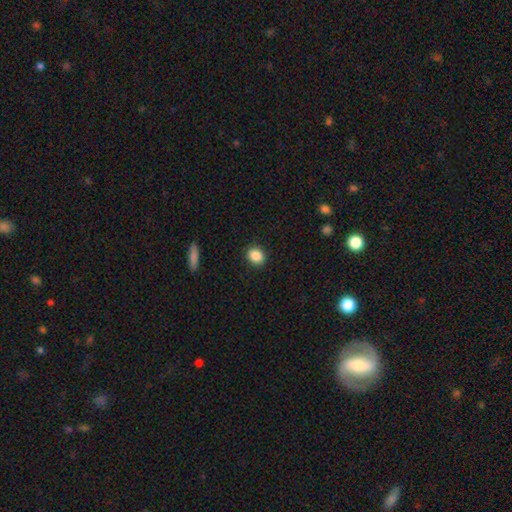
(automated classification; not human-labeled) smooth_or_featured: smooth (p=0.87) [alt: star or artifact p=0.09]
how_rounded: round (p=0.61) [alt: in between p=0.37]
merging: none (p=0.90) [alt: minor disturbance p=0.07]